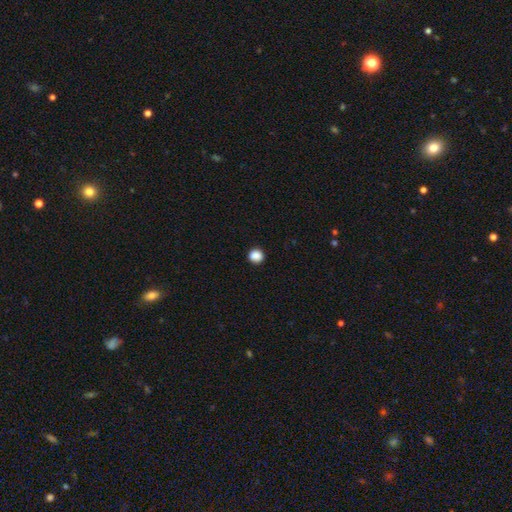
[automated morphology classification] The model was most divided on "smooth or featured": smooth: 88%, star or artifact: 10%, featured or disk: 3%. More confident: merging — none (92%); how rounded — round (91%).